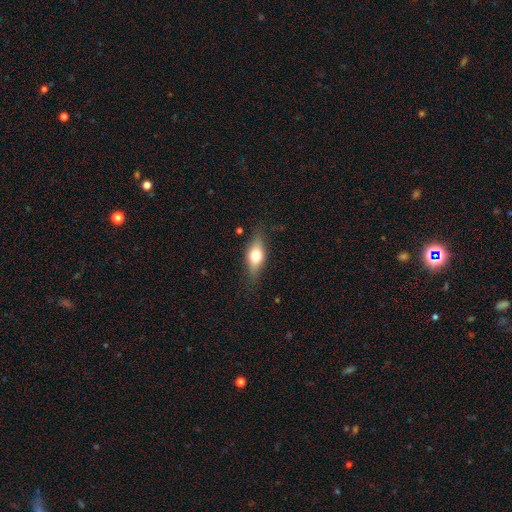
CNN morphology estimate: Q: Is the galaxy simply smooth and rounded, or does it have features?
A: smooth — 58%.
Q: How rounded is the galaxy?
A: in between — 71%.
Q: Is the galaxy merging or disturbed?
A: none — 80%.